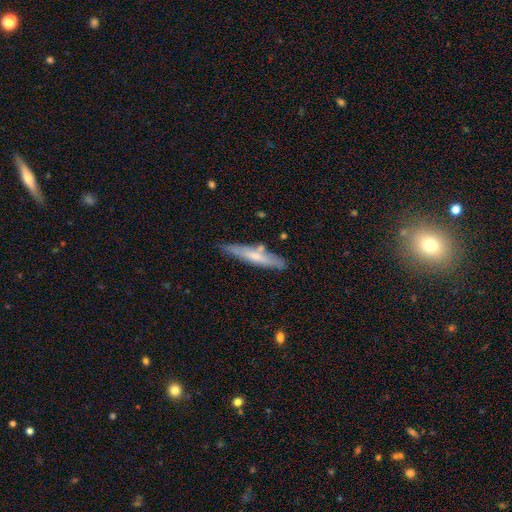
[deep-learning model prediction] This appears to be a smooth galaxy with no disk features (49%). Merging: none (75%).